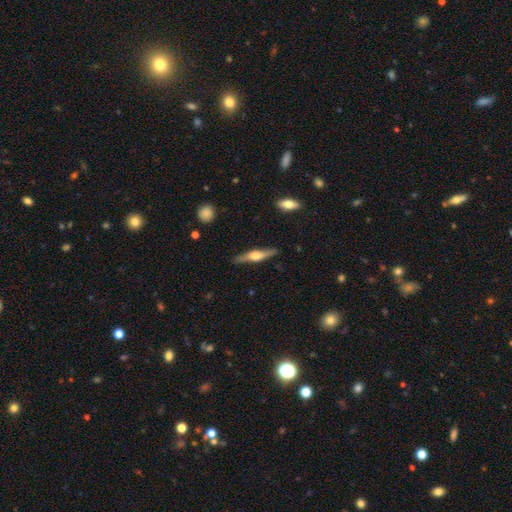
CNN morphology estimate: featured or disk 66%, smooth 29%, star or artifact 5%. Down the decision tree: edge-on disk — yes (96%); edge-on bulge — rounded (89%); merging — none (87%).